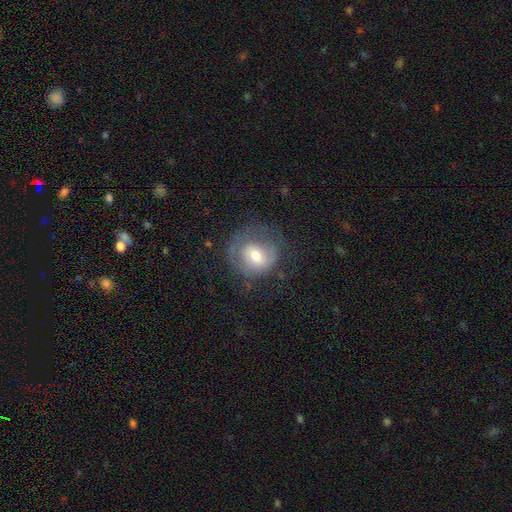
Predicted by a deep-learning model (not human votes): Smooth or featured: smooth — 50% (featured or disk — 41%)
How rounded: round — 74% (in between — 25%)
Merging: none — 49% (major disturbance — 25%)